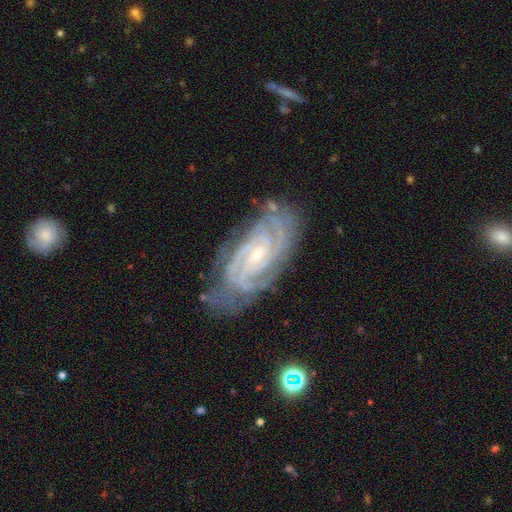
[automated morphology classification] This appears to be a featured or disk galaxy (90%) with no bar (45%), 2 (32%) tight (74%) spiral arms (98%) and a small central bulge (73%). Merging: none (73%).